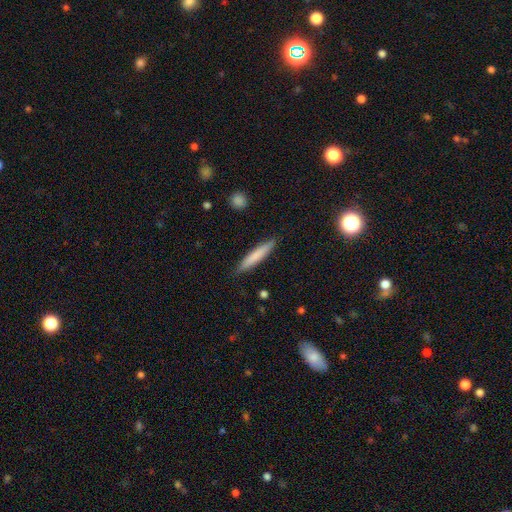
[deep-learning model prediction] The model was most divided on "smooth or featured": smooth: 74%, featured or disk: 20%, star or artifact: 6%. More confident: how rounded — cigar-shaped (92%); merging — none (88%).